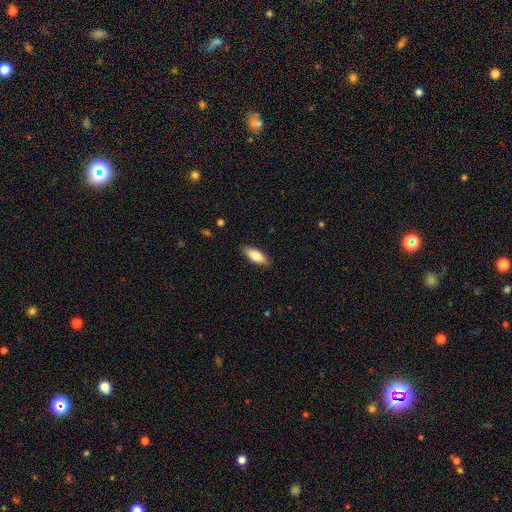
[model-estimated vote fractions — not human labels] Smooth or featured? smooth (81%)
How rounded? in between (71%)
Merging? none (85%)